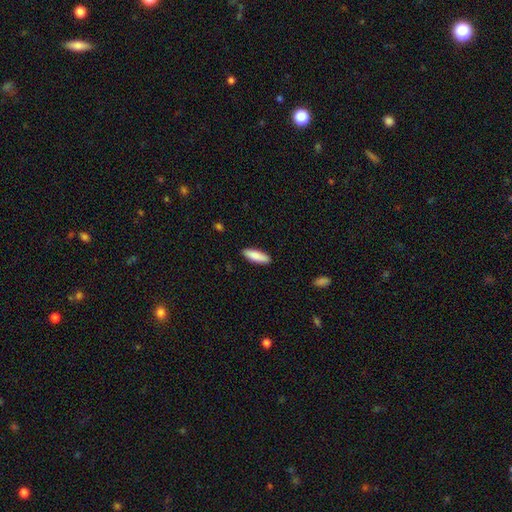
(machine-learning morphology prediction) smooth_or_featured: smooth (p=0.86) [alt: featured or disk p=0.08]
how_rounded: in between (p=0.51) [alt: cigar-shaped p=0.48]
merging: none (p=0.89) [alt: minor disturbance p=0.08]